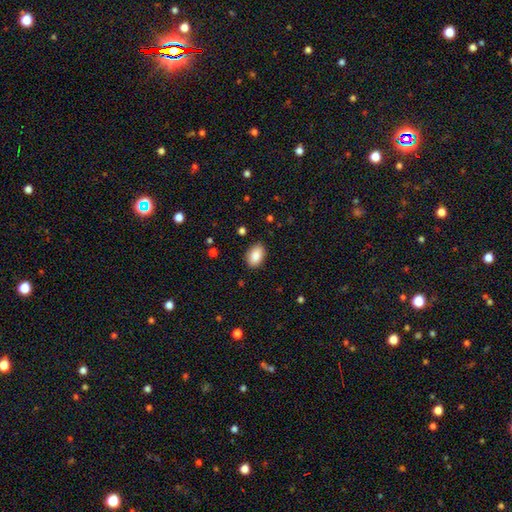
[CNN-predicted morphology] Smooth or featured? smooth (89%)
How rounded? in between (89%)
Merging? none (87%)